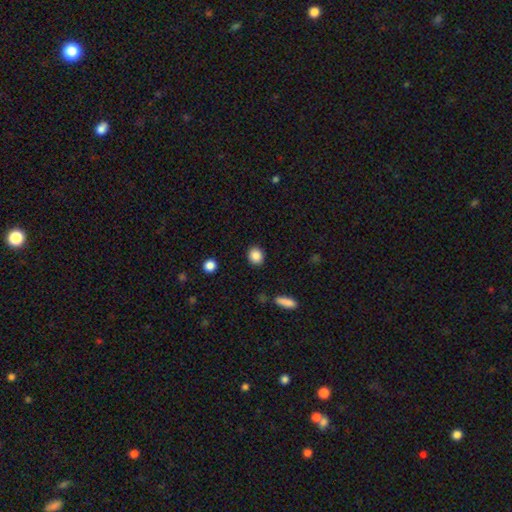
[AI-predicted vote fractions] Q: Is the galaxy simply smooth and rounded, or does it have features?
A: smooth — 87%.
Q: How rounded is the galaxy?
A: round — 70%.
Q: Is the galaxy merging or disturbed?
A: none — 89%.